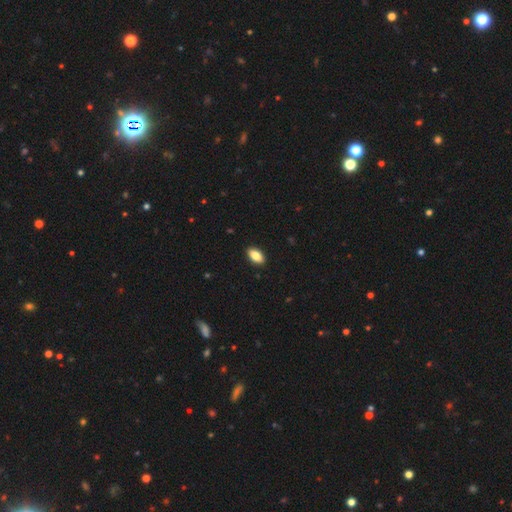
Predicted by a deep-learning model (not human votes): The model was most divided on "smooth or featured": smooth: 84%, featured or disk: 9%, star or artifact: 7%. More confident: how rounded — in between (92%); merging — none (91%).